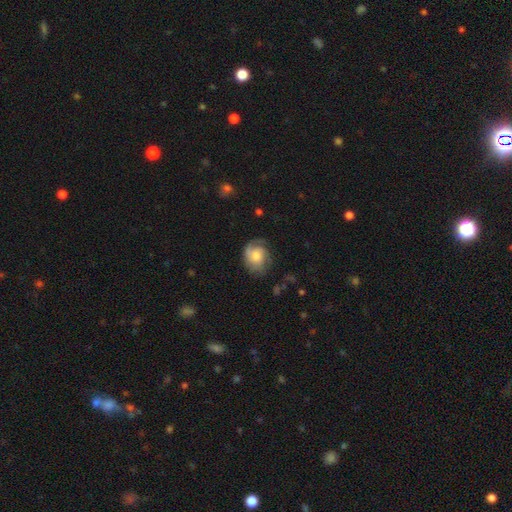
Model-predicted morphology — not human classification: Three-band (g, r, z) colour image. It shows a featured or disk galaxy (55%) with no bar (74%), spiral arms (86%) and a moderate central bulge (51%). Merging: none (60%).